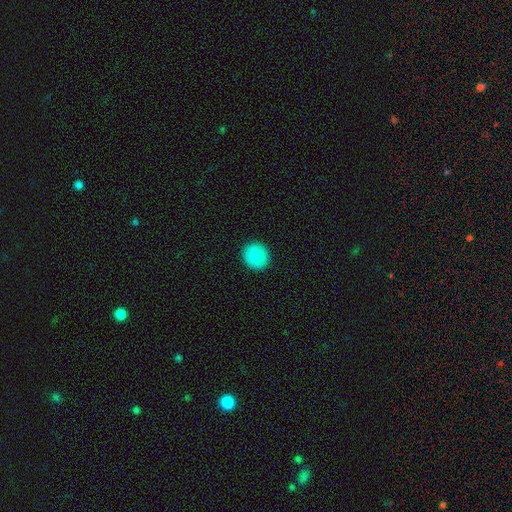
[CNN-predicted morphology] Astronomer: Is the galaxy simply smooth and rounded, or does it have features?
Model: smooth — 88%.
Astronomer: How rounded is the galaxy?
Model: round — 90%.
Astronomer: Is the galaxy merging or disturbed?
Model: none — 92%.